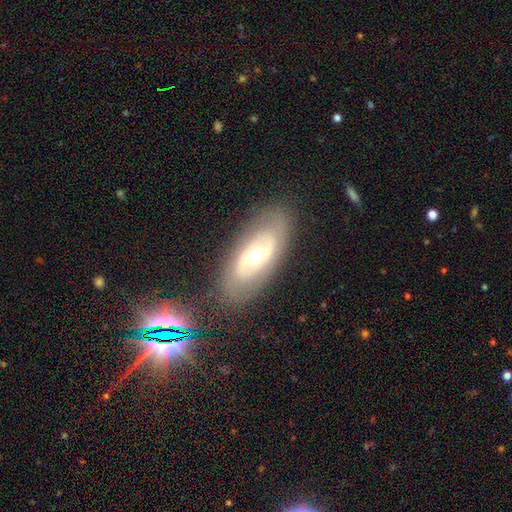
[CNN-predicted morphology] Overall: featured or disk (67%). Edge-on disk: no (90%). Bar: no (63%; weak 27%). Spiral arms: yes (64%; no 36%). Bulge size: moderate (58%; small 37%). Merging: none (81%).